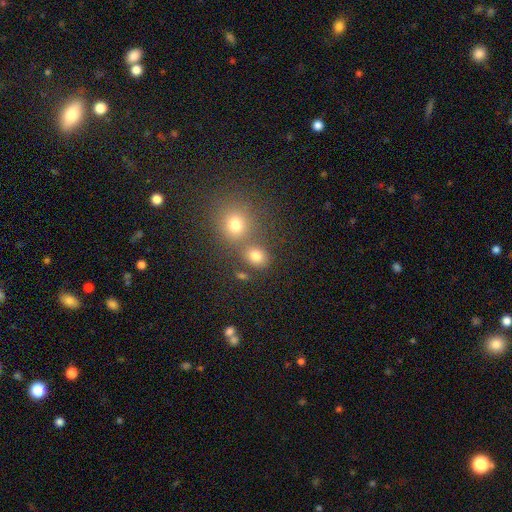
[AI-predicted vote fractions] This appears to be a smooth galaxy with no disk features (76%) that is round (68%). Merging: none (64%).